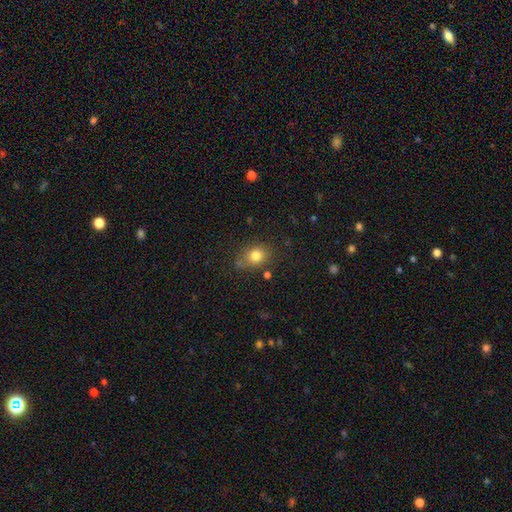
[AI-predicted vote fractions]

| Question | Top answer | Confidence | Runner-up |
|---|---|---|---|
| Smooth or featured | smooth | 80% | star or artifact (11%) |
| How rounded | round | 51% | in between (47%) |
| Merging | none | 71% | minor disturbance (18%) |